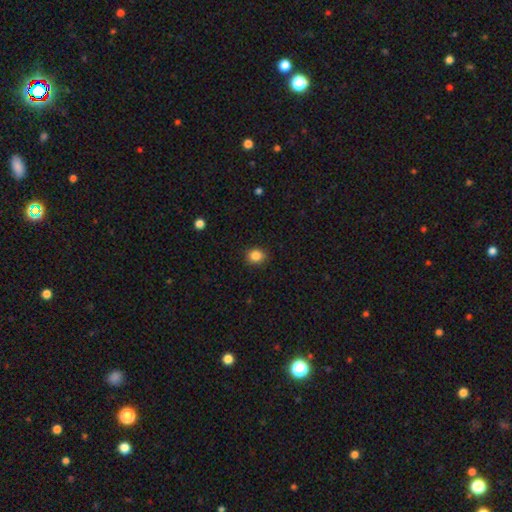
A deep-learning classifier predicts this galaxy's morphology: Smooth or featured: smooth — 85% (star or artifact — 11%)
How rounded: round — 71% (in between — 28%)
Merging: none — 89% (minor disturbance — 8%)